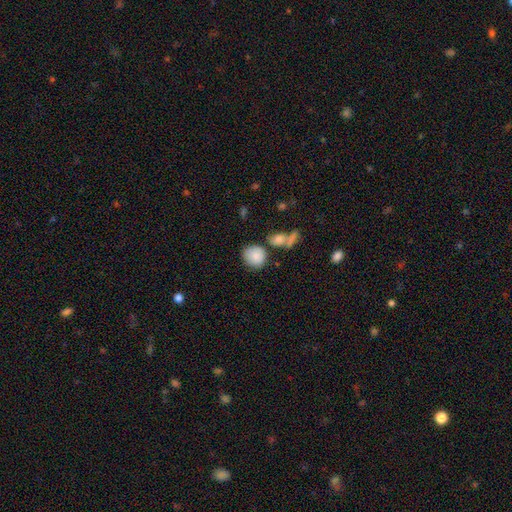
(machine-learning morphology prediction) Overall: smooth (85%). How rounded: round (82%). Merging: none (67%).